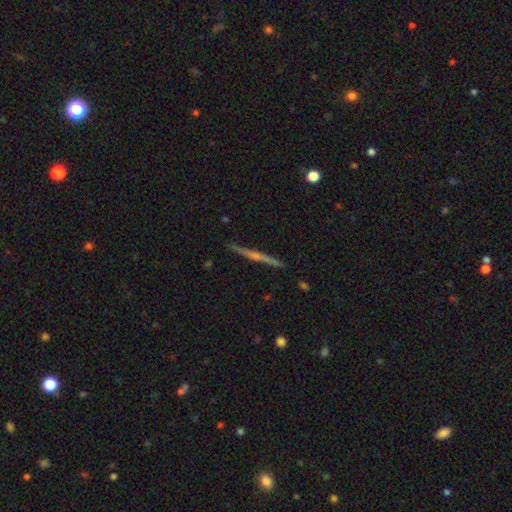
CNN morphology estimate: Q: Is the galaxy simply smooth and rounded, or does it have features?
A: featured or disk — 72%.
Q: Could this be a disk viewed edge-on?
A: yes — 98%.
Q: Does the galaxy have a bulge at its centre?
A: rounded — 54%.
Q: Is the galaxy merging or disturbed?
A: none — 91%.